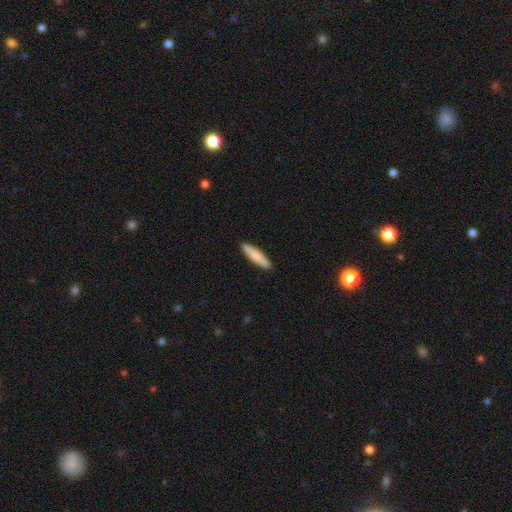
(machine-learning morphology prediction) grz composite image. It shows a smooth galaxy with no disk features (81%) that is cigar-shaped (87%). Merging: none (91%).